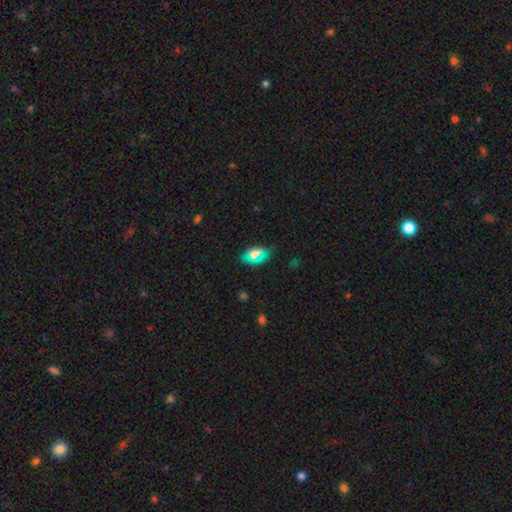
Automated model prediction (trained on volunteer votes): Overall: smooth (67%). How rounded: in between (84%). Merging: none (83%).